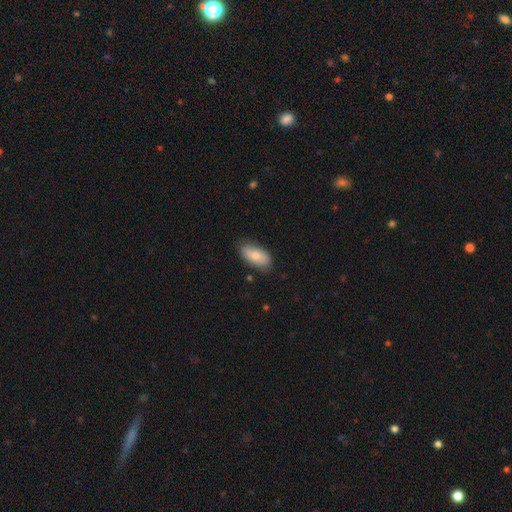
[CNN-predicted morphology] A smooth galaxy with no disk features (76%) that is in between round and cigar-shaped (92%).

Vote fractions:
- Smooth or featured? smooth: 76% / featured or disk: 18% / star or artifact: 6%
- How rounded? in between: 92% / cigar-shaped: 5% / round: 3%
- Merging? none: 79% / minor disturbance: 17% / major disturbance: 3% / merger: 1%